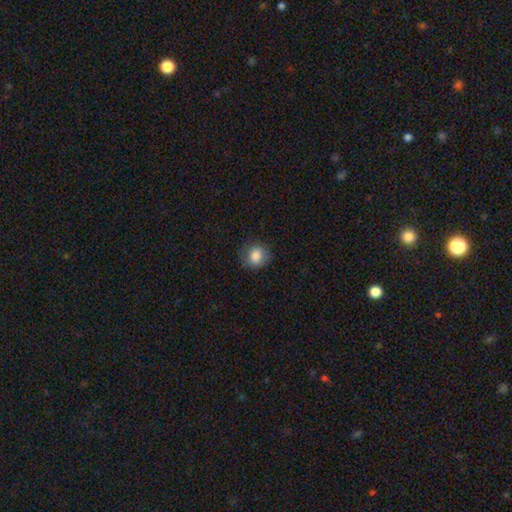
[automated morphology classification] The model was most divided on "how rounded": round: 80%, in between: 20%, cigar-shaped: 1%. More confident: smooth or featured — smooth (83%); merging — none (81%).